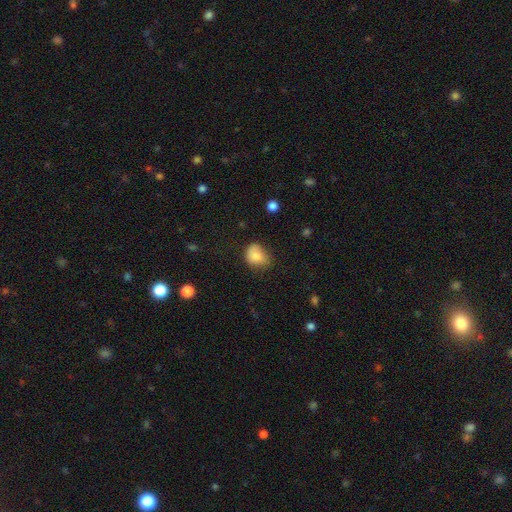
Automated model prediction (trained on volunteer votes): smooth_or_featured: smooth (p=0.79) [alt: featured or disk p=0.12]
how_rounded: in between (p=0.50) [alt: round p=0.49]
merging: none (p=0.47) [alt: minor disturbance p=0.38]